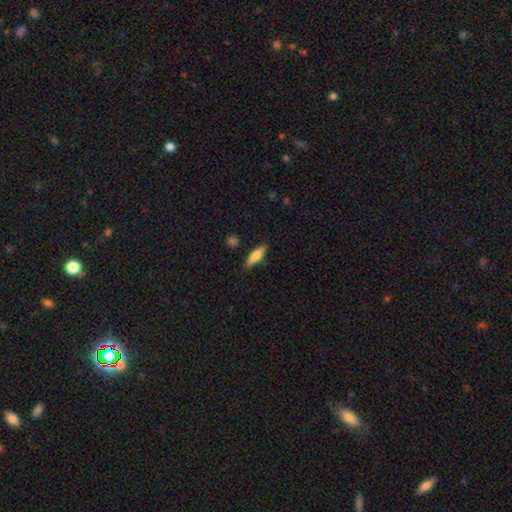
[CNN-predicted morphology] Smooth or featured?
  - smooth: 70% *
  - featured or disk: 24%
  - star or artifact: 6%
How rounded?
  - cigar-shaped: 60% *
  - in between: 38%
  - round: 2%
Merging?
  - none: 85% *
  - minor disturbance: 11%
  - major disturbance: 2%
  - merger: 2%